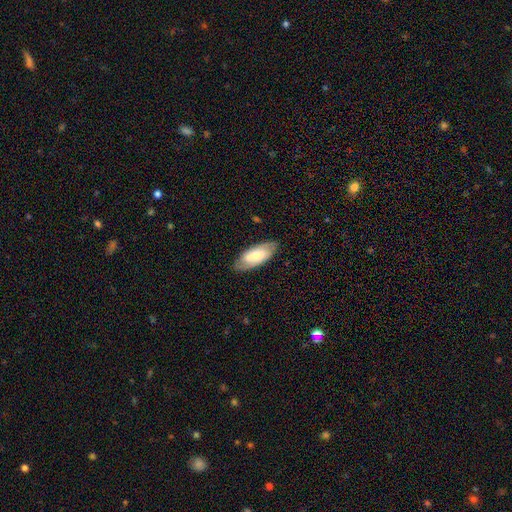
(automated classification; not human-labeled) A smooth galaxy with no disk features (52%) that is in between round and cigar-shaped (84%).

Vote fractions:
- Smooth or featured? smooth: 52% / featured or disk: 42% / star or artifact: 6%
- How rounded? in between: 84% / cigar-shaped: 14% / round: 2%
- Merging? none: 82% / minor disturbance: 14% / major disturbance: 3% / merger: 1%